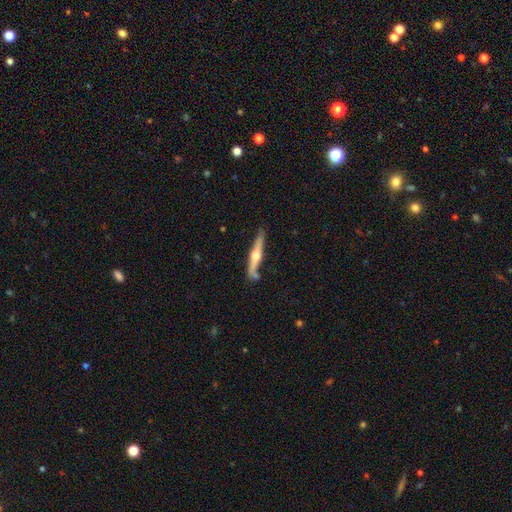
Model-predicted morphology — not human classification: A featured or disk galaxy (67%) viewed edge-on (96%) with a rounded central bulge (93%).

Vote fractions:
- Smooth or featured? featured or disk: 67% / smooth: 28% / star or artifact: 5%
- Edge-on disk? yes: 96% / no: 4%
- Edge-on bulge? rounded: 93% / none: 4% / boxy: 3%
- Merging? none: 74% / minor disturbance: 17% / merger: 6% / major disturbance: 4%